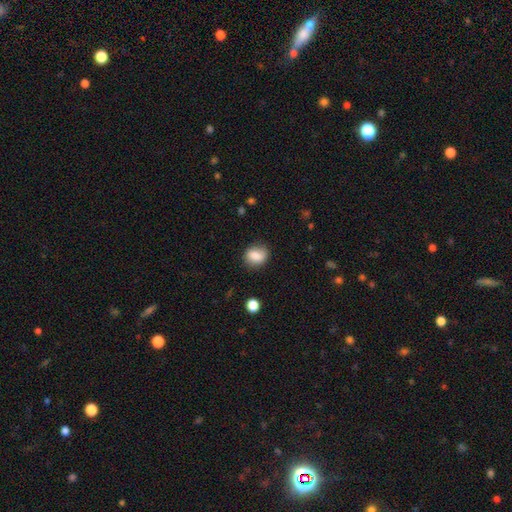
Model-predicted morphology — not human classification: The model was most divided on "how rounded": round: 54%, in between: 44%, cigar-shaped: 1%. More confident: smooth or featured — smooth (81%); merging — none (78%).